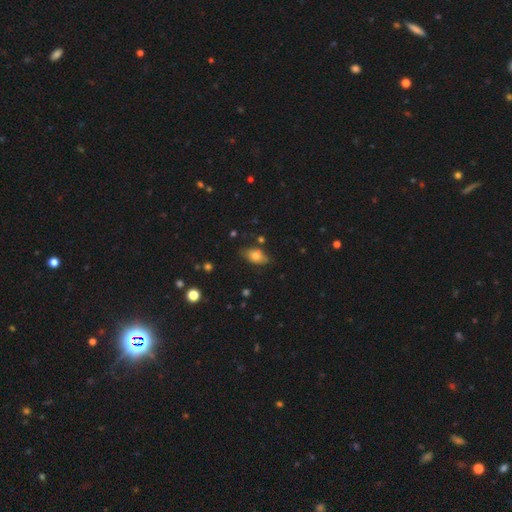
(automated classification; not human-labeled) Smooth or featured? smooth (74%)
How rounded? in between (86%)
Merging? none (72%)